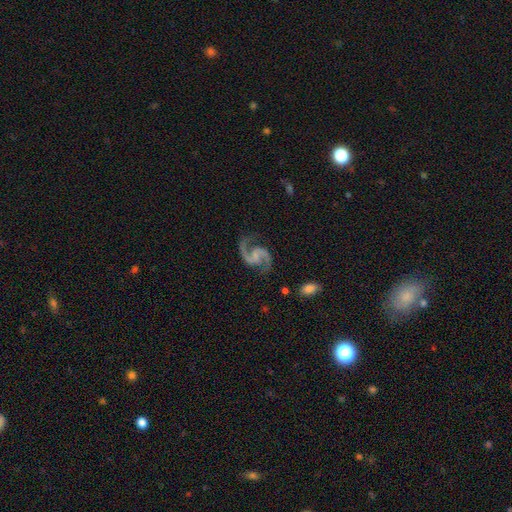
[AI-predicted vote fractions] featured or disk 93%, star or artifact 4%, smooth 3%. Down the decision tree: edge-on disk — no (98%); bar — no (48%); spiral arms — yes (98%); spiral arm count — 2 (94%); spiral winding — medium (58%); bulge size — none (45%); merging — none (76%).